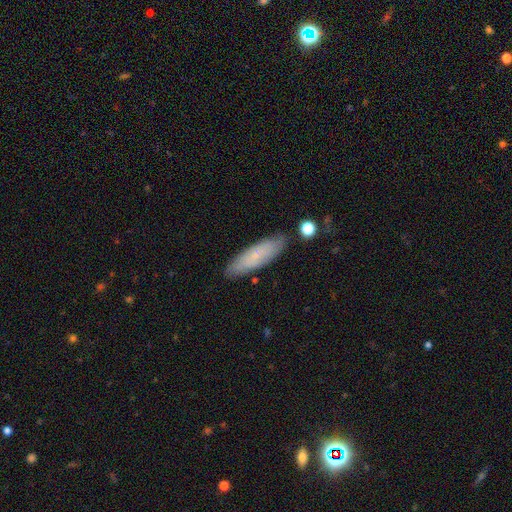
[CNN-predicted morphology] type=smooth (70%); roundness=cigar-shaped (61%); merging=none (81%).